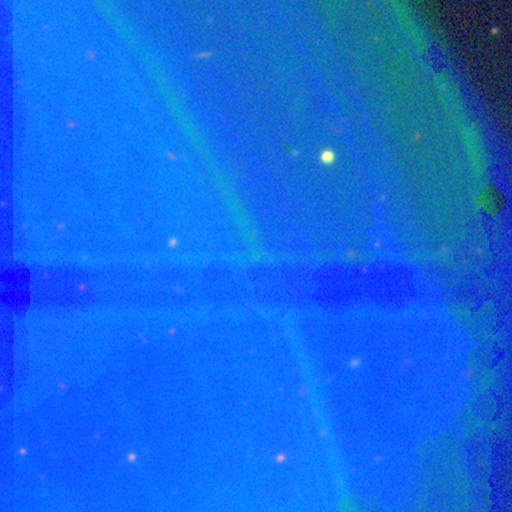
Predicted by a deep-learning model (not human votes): Overall: star or artifact (82%).